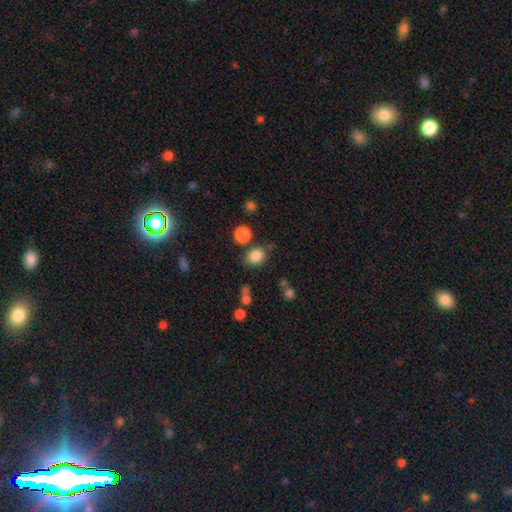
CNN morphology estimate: Smooth or featured: smooth — 83% (star or artifact — 11%)
How rounded: round — 71% (in between — 28%)
Merging: none — 73% (minor disturbance — 13%)